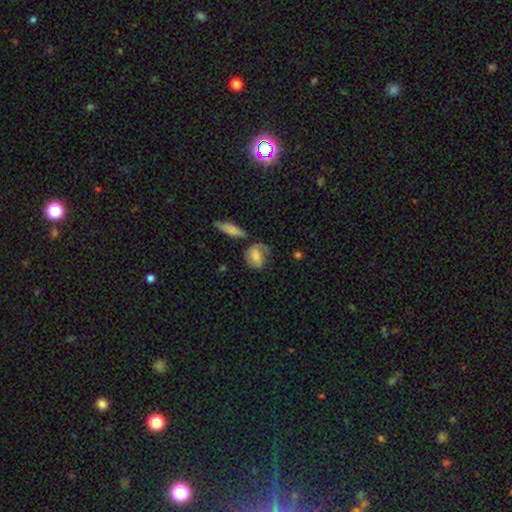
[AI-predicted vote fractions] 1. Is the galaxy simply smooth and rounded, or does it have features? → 65% smooth, 27% featured or disk, 8% star or artifact.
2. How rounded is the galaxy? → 65% in between, 30% round, 5% cigar-shaped.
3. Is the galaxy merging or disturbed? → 43% none, 25% minor disturbance, 19% major disturbance, 13% merger.